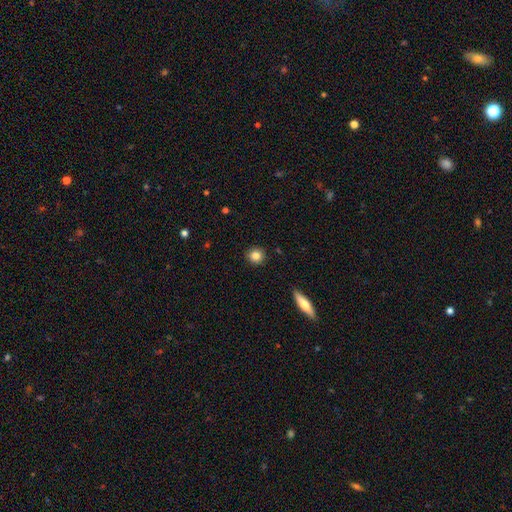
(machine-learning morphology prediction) The model was most divided on "smooth or featured": smooth: 83%, star or artifact: 9%, featured or disk: 7%. More confident: merging — none (92%); how rounded — round (92%).